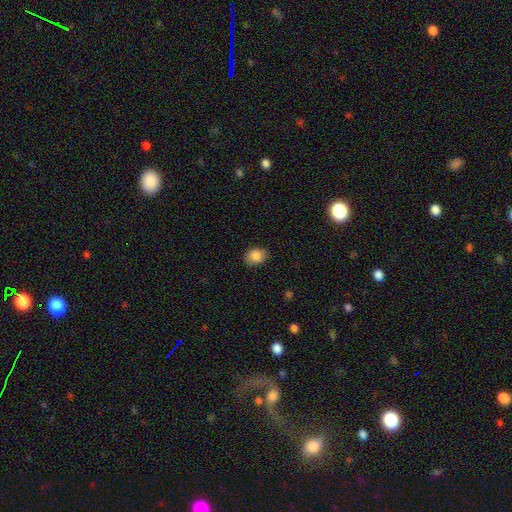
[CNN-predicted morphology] The model was most divided on "how rounded": in between: 64%, round: 35%, cigar-shaped: 1%. More confident: smooth or featured — smooth (86%); merging — none (86%).